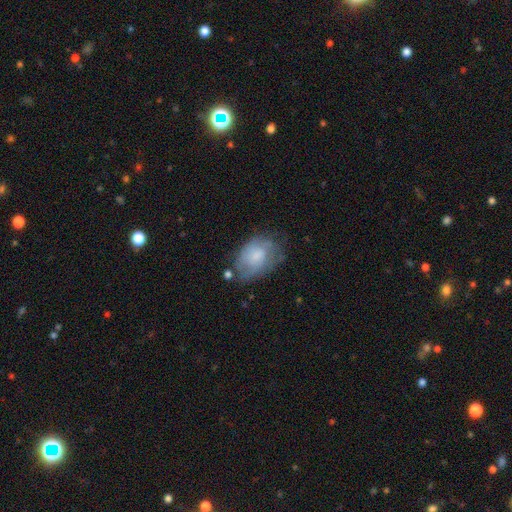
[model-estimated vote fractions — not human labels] A smooth galaxy with no disk features (58%) that is in between round and cigar-shaped (82%). Merging: none (53%).